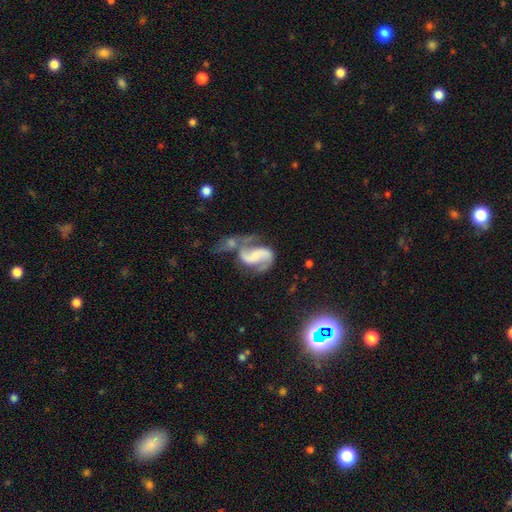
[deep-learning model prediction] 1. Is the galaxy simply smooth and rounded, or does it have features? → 83% featured or disk, 11% smooth, 6% star or artifact.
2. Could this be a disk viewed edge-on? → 98% no, 2% yes.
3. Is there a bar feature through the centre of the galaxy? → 40% weak, 33% no, 27% strong.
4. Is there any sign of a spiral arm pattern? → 95% yes, 5% no.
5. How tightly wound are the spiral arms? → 45% loose, 44% medium, 11% tight.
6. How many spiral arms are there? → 89% 2, 4% 1, 3% can't tell, 1% 3, 1% 4, 1% more than 4.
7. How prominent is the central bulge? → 39% small, 32% none, 22% moderate, 6% large, 2% dominant.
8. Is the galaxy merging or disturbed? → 37% merger, 28% none, 20% major disturbance, 14% minor disturbance.